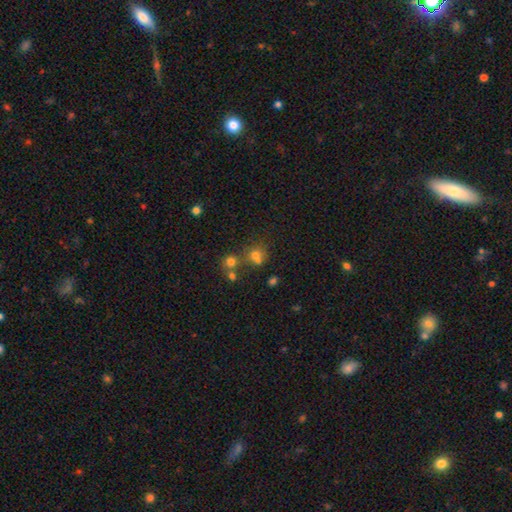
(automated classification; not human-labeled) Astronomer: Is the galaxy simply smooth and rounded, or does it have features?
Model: smooth — 68%.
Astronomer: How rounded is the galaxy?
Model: round — 79%.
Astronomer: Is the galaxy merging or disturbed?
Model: none — 50% (runner-up: merger, 34%).